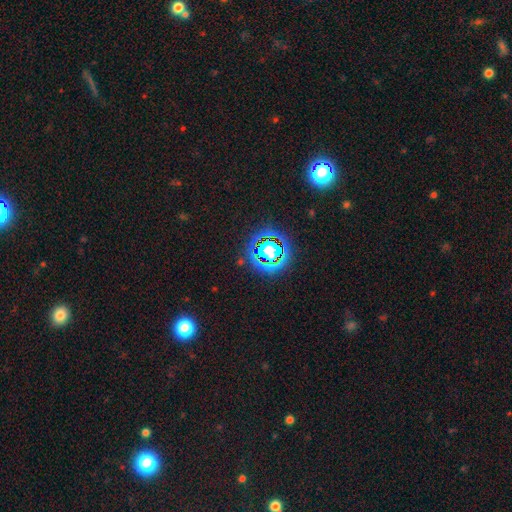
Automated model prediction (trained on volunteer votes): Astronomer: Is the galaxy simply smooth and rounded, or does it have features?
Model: star or artifact — 80%.